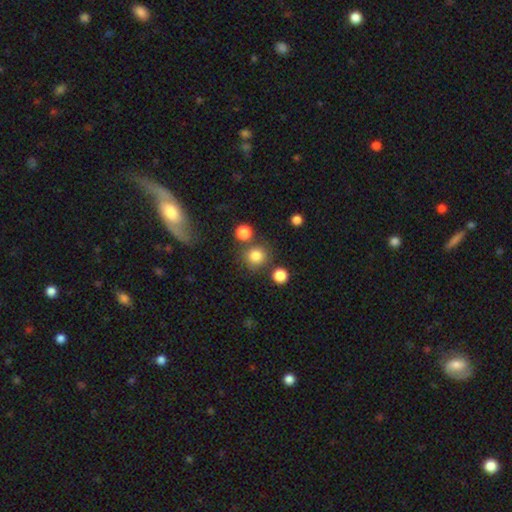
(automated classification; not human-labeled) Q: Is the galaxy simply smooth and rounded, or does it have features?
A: smooth — 81%.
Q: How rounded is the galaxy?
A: round — 92%.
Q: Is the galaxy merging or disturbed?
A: none — 75%.